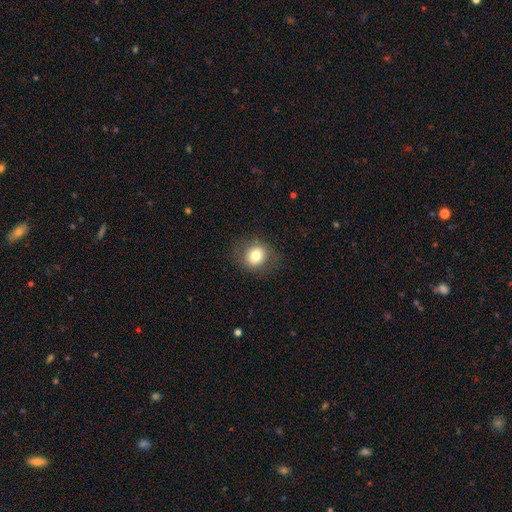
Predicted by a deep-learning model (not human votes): Overall: smooth (76%). How rounded: round (77%). Merging: none (83%).